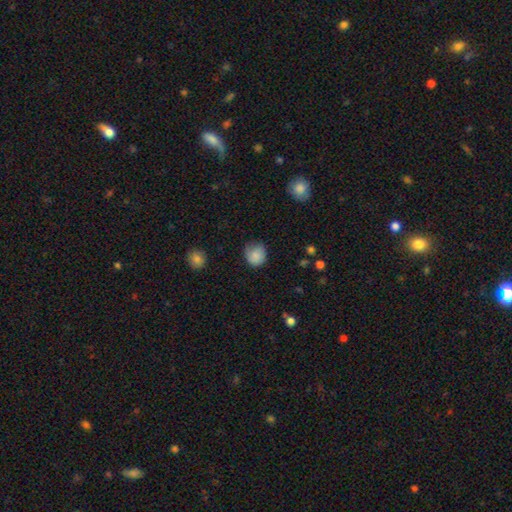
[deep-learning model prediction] This is clearly a smooth galaxy (84%). How rounded: likely round (76%). Merging: possibly none (60%).